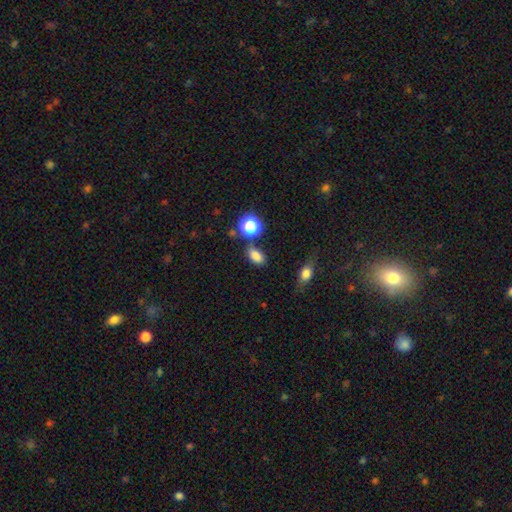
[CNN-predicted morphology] This appears to be a smooth galaxy with no disk features (79%) that is in between round and cigar-shaped (81%). Merging: none (71%).